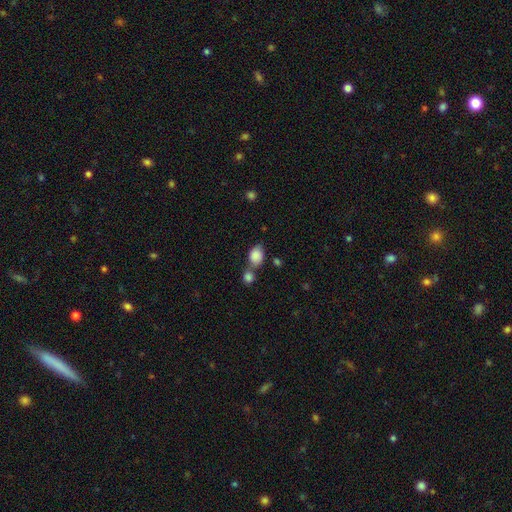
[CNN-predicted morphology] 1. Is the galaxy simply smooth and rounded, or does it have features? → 86% smooth, 8% star or artifact, 6% featured or disk.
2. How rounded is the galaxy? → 67% in between, 31% round, 1% cigar-shaped.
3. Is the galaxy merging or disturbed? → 42% none, 39% merger, 13% minor disturbance, 5% major disturbance.